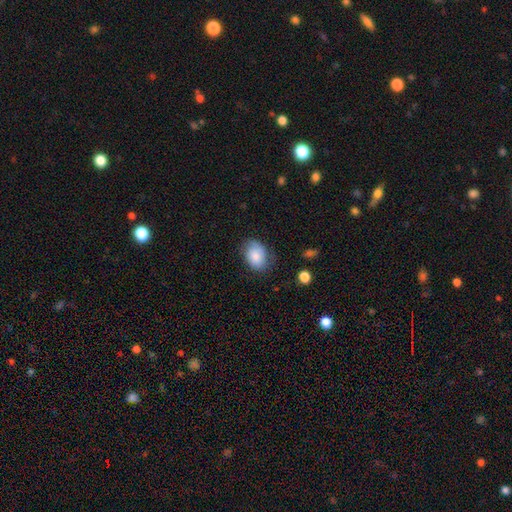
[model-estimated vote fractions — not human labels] This appears to be a smooth galaxy with no disk features (78%) that is in between round and cigar-shaped (73%). Merging: none (64%).